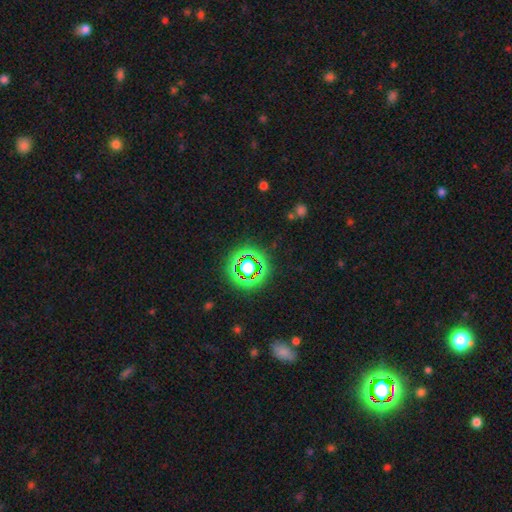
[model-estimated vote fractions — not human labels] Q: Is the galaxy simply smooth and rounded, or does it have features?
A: star or artifact — 76%.